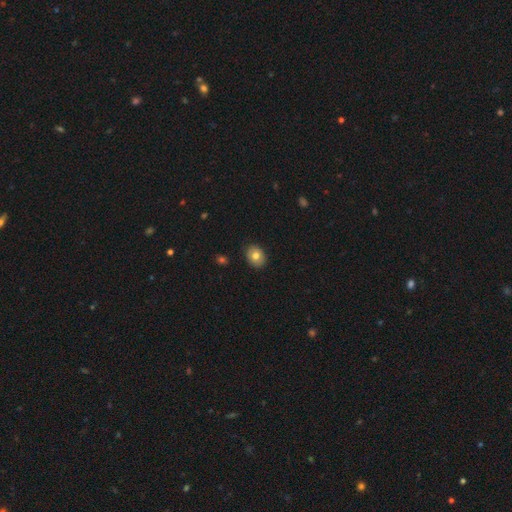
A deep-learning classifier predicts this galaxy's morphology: smooth 77%, featured or disk 14%, star or artifact 9%. Down the decision tree: how rounded — in between (51%); merging — none (88%).